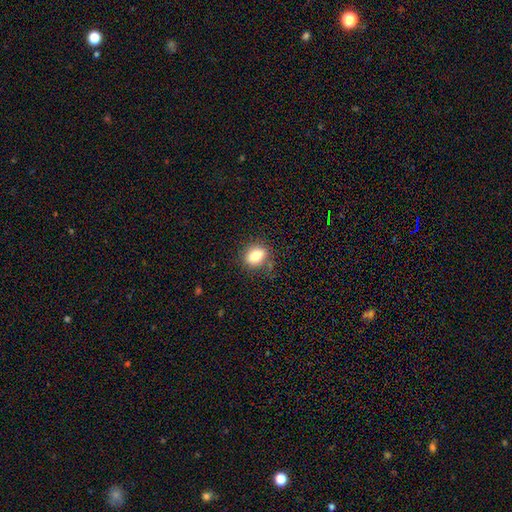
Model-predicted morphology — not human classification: This appears to be a smooth galaxy with no disk features (84%) that is in between round and cigar-shaped (69%). Merging: none (78%).